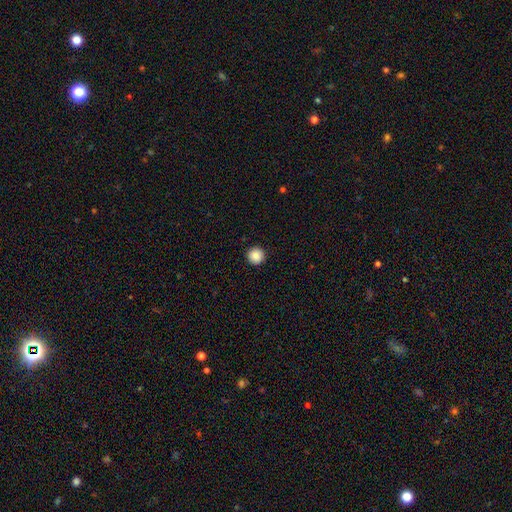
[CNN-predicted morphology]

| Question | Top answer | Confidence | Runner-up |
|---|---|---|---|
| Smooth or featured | smooth | 88% | star or artifact (9%) |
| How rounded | round | 96% | in between (3%) |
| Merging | none | 93% | minor disturbance (4%) |